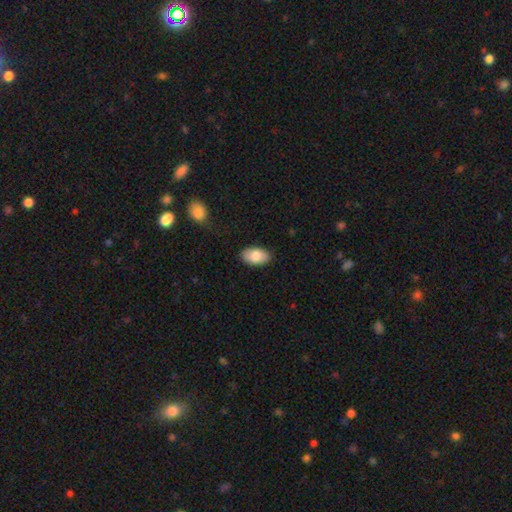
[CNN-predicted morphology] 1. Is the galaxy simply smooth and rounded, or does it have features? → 83% smooth, 11% featured or disk, 6% star or artifact.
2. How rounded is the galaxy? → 94% in between, 5% round, 1% cigar-shaped.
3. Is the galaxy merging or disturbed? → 86% none, 11% minor disturbance, 2% major disturbance, 1% merger.